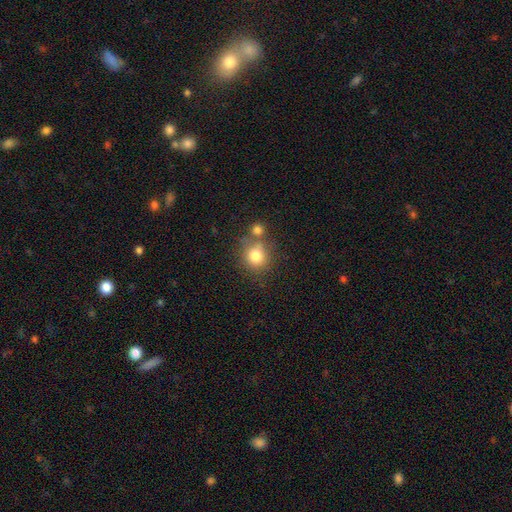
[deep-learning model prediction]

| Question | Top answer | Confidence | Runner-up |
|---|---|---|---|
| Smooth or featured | smooth | 79% | star or artifact (11%) |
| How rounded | round | 85% | in between (14%) |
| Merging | none | 61% | merger (23%) |